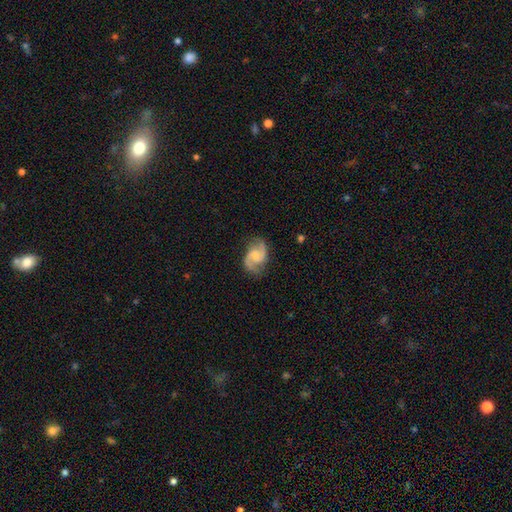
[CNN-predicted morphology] smooth-or-featured: featured or disk: 86% | smooth: 9% | star or artifact: 5%
  disk-edge-on: no: 98% | yes: 2%
    bar: no: 51% | weak: 42% | strong: 7%
    has-spiral-arms: yes: 97% | no: 3%
      spiral-winding: medium: 56% | loose: 29% | tight: 15%
      spiral-arm-count: 2: 93% | can't tell: 2% | 3: 2% | 1: 1% | 4: 1% | more than 4: 1%
    bulge-size: small: 49% | moderate: 33% | none: 13% | large: 3% | dominant: 1%
  merging: none: 79% | minor disturbance: 15% | major disturbance: 5% | merger: 1%